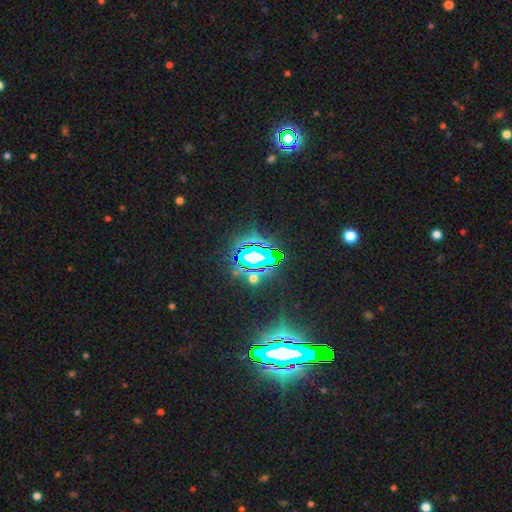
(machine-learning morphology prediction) Smooth or featured? star or artifact (76%)